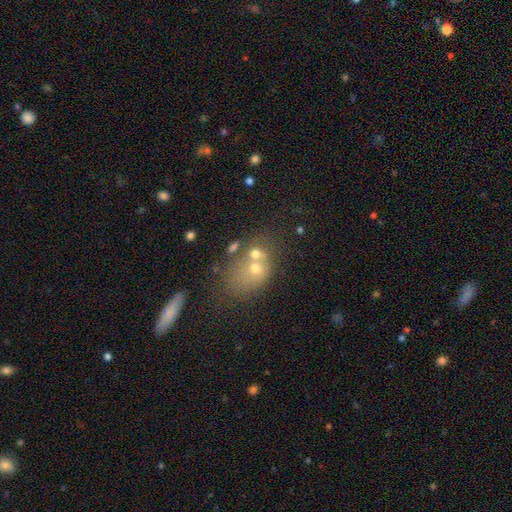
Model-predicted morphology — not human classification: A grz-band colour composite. It shows a smooth galaxy with no disk features (54%) that is in between round and cigar-shaped (50%). Merging: merger (49%).